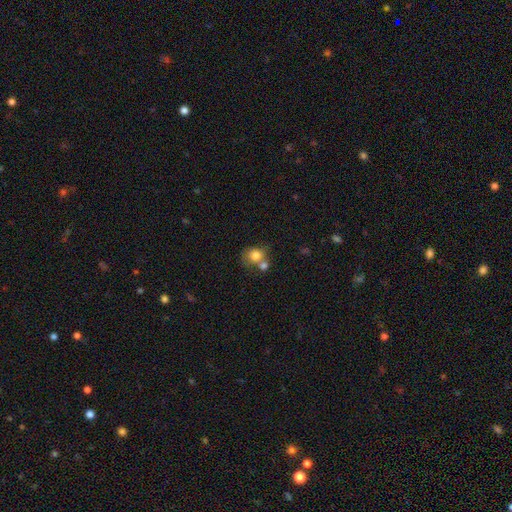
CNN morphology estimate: smooth_or_featured: smooth (p=0.78) [alt: featured or disk p=0.12]
how_rounded: round (p=0.71) [alt: in between p=0.28]
merging: merger (p=0.44) [alt: none p=0.36]